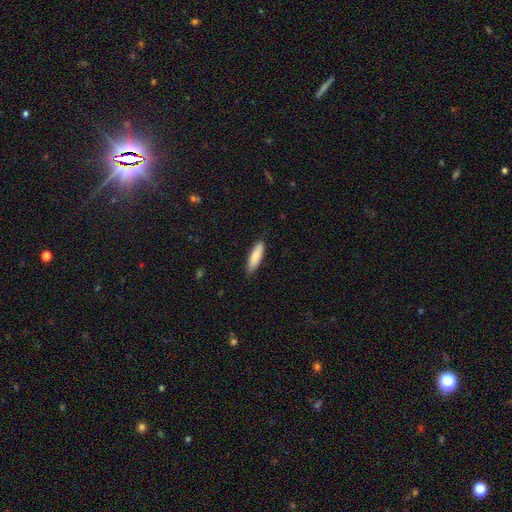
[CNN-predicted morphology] Smooth or featured? smooth (85%)
How rounded? cigar-shaped (60%)
Merging? none (83%)